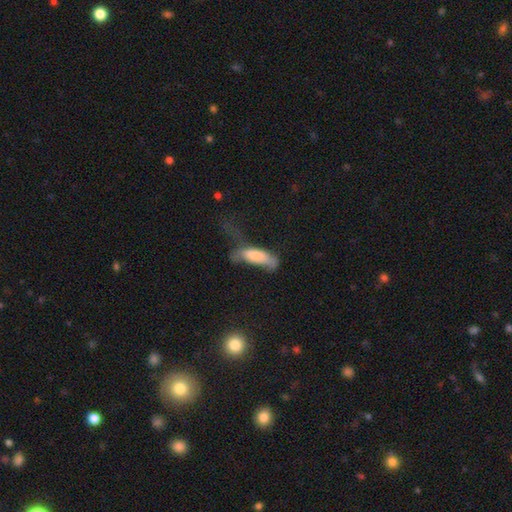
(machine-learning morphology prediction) Smooth or featured? Predicted: smooth (p=0.73). How rounded? Predicted: in between (p=0.58). Merging? Predicted: major disturbance (p=0.46).